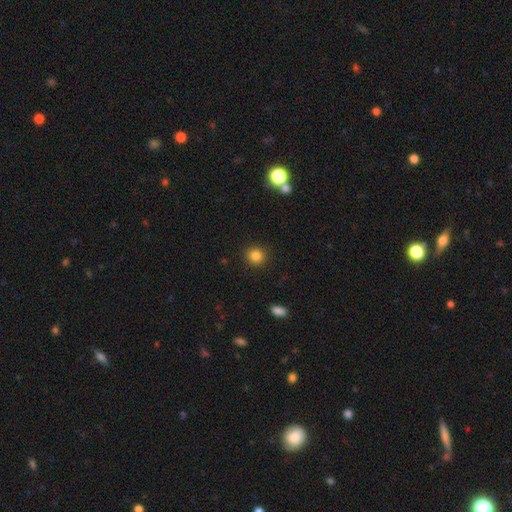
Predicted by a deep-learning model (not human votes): This appears to be a smooth galaxy with no disk features (83%) that is round (91%). Merging: none (91%).